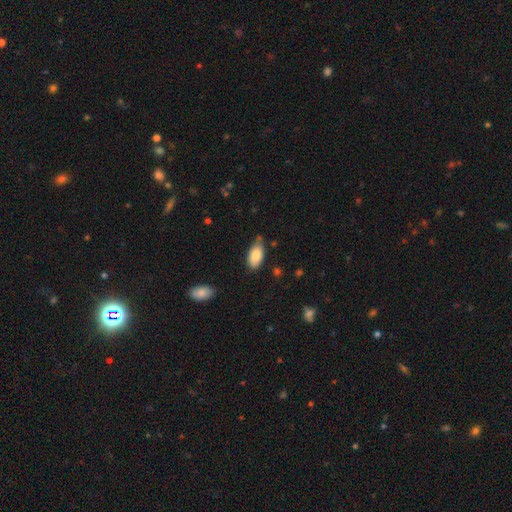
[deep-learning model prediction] Q: Smooth or featured?
A: smooth (83%); runner-up: featured or disk (10%)
Q: How rounded?
A: in between (94%); runner-up: cigar-shaped (3%)
Q: Merging?
A: none (73%); runner-up: minor disturbance (19%)